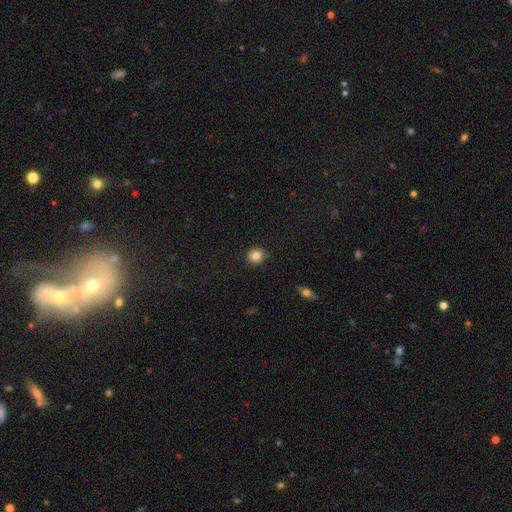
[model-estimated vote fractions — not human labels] Smooth or featured: smooth — 85% (star or artifact — 10%)
How rounded: round — 91% (in between — 8%)
Merging: none — 90% (minor disturbance — 7%)